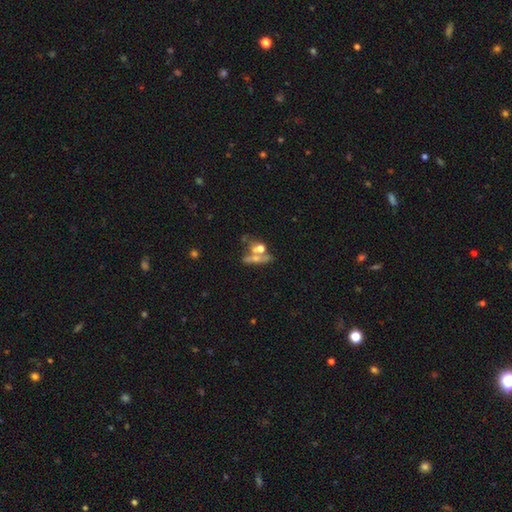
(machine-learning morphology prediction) A smooth galaxy with no disk features (46%).

Vote fractions:
- Smooth or featured? smooth: 46% / featured or disk: 39% / star or artifact: 15%
- Merging? merger: 43% / none: 37% / minor disturbance: 11% / major disturbance: 9%